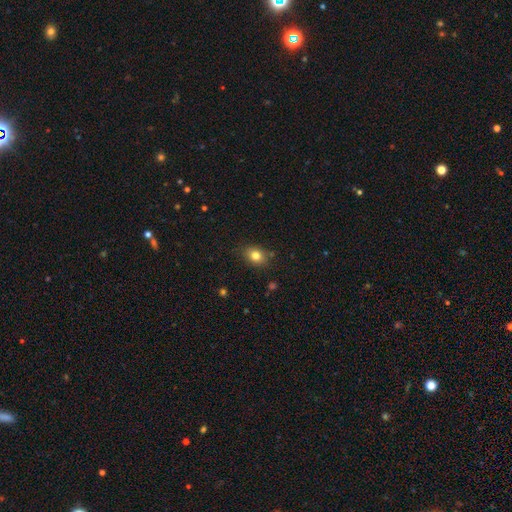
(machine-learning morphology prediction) Q: Smooth or featured?
A: smooth (81%); runner-up: star or artifact (11%)
Q: How rounded?
A: in between (56%); runner-up: round (43%)
Q: Merging?
A: none (82%); runner-up: minor disturbance (13%)